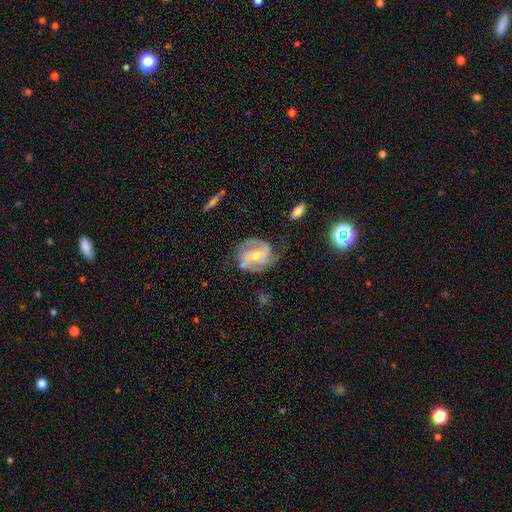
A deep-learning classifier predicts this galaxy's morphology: featured or disk 81%, smooth 13%, star or artifact 6%. Down the decision tree: edge-on disk — no (97%); bar — no (50%); spiral arms — yes (93%); spiral arm count — 2 (54%); spiral winding — medium (49%); bulge size — small (50%); merging — none (58%).